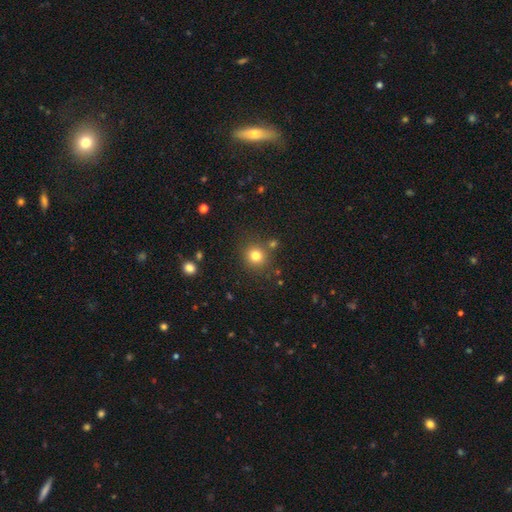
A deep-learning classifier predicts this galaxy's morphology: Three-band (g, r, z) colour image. It shows a smooth galaxy with no disk features (79%) that is round (90%). Merging: none (82%).